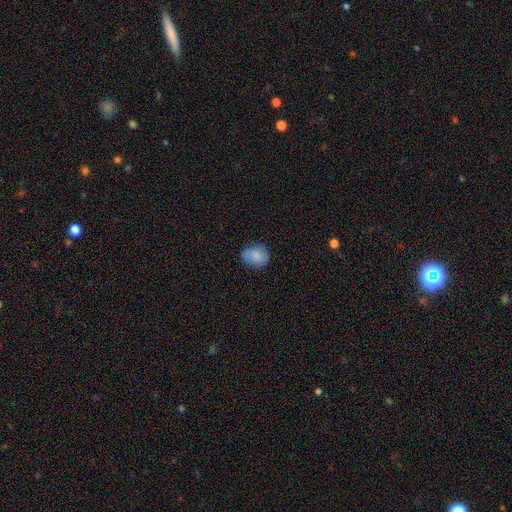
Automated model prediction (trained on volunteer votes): Overall: smooth (81%). How rounded: round (66%; in between 33%). Merging: none (76%).